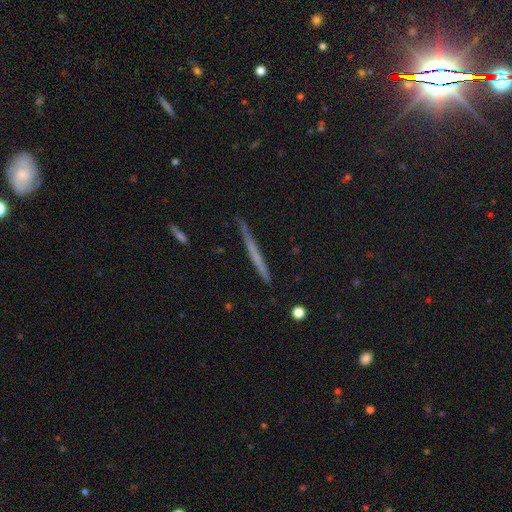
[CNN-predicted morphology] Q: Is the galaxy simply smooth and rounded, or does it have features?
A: smooth — 51%.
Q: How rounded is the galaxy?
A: cigar-shaped — 97%.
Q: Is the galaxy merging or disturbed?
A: none — 88%.